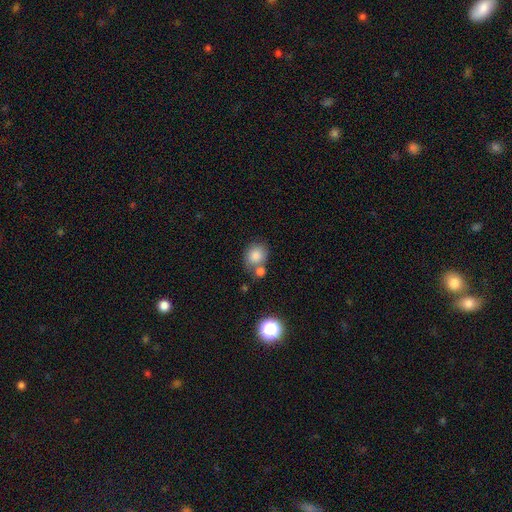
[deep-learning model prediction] smooth-or-featured: smooth: 82% | star or artifact: 9% | featured or disk: 8%
  how-rounded: round: 59% | in between: 40% | cigar-shaped: 1%
  merging: none: 52% | merger: 29% | minor disturbance: 14% | major disturbance: 5%